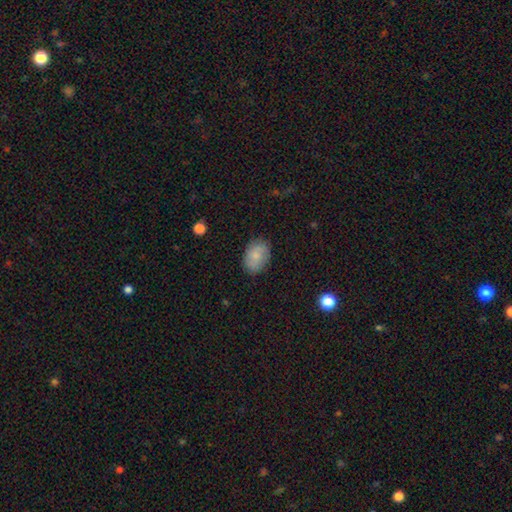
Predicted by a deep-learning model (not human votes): smooth-or-featured: smooth: 75% | featured or disk: 18% | star or artifact: 7%
  how-rounded: in between: 81% | round: 18% | cigar-shaped: 1%
  merging: none: 82% | minor disturbance: 13% | major disturbance: 3% | merger: 1%